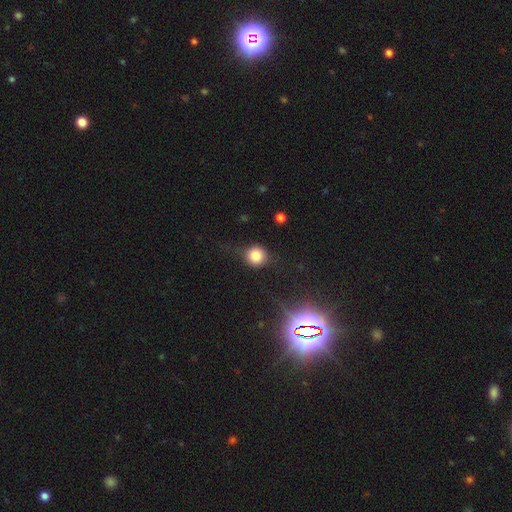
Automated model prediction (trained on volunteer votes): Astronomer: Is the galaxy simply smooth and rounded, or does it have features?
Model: smooth — 76%.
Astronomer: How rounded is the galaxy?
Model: round — 90%.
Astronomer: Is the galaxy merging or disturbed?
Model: none — 73%.